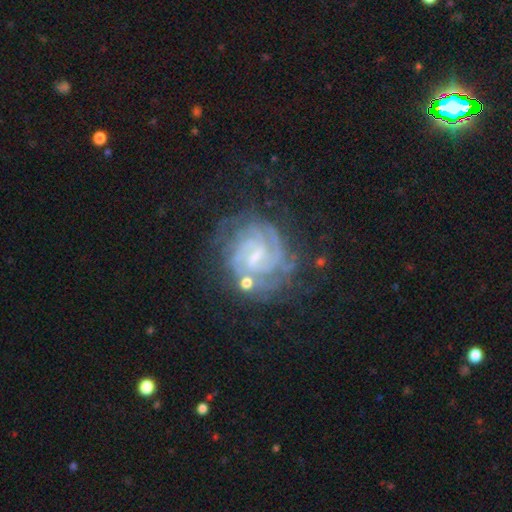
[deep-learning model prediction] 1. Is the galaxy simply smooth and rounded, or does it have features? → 86% featured or disk, 7% star or artifact, 6% smooth.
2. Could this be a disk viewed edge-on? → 98% no, 2% yes.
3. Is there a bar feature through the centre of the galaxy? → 56% weak, 23% no, 22% strong.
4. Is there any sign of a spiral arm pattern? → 97% yes, 3% no.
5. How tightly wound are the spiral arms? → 70% tight, 26% medium, 4% loose.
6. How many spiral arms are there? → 30% 2, 25% can't tell, 21% 3, 13% 4, 6% more than 4, 5% 1.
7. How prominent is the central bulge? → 59% small, 20% moderate, 18% none, 2% large, 1% dominant.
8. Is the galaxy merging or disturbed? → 67% none, 18% minor disturbance, 10% major disturbance, 5% merger.